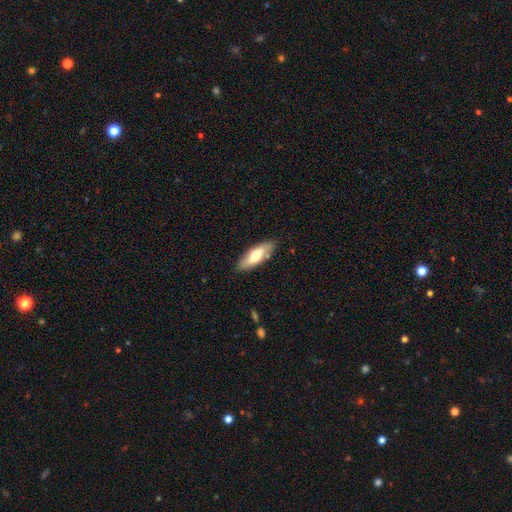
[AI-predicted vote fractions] Smooth or featured? smooth (65%)
How rounded? in between (71%)
Merging? none (81%)